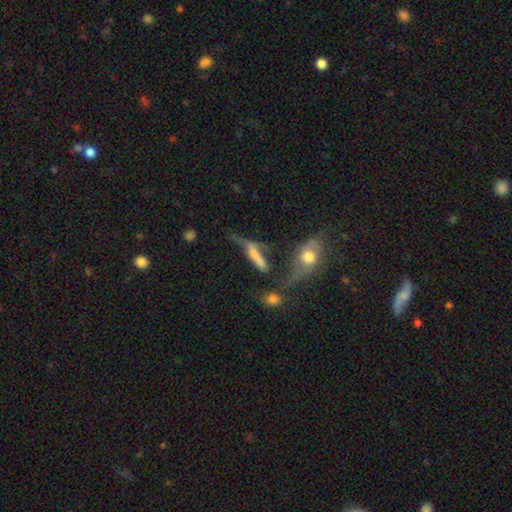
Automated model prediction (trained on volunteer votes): Smooth or featured? smooth (45%)
Merging? major disturbance (29%)